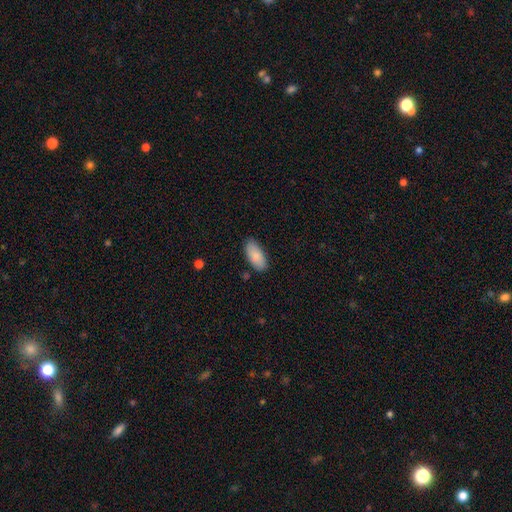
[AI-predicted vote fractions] Smooth or featured: smooth — 88% (featured or disk — 6%)
How rounded: in between — 91% (cigar-shaped — 7%)
Merging: none — 83% (minor disturbance — 13%)